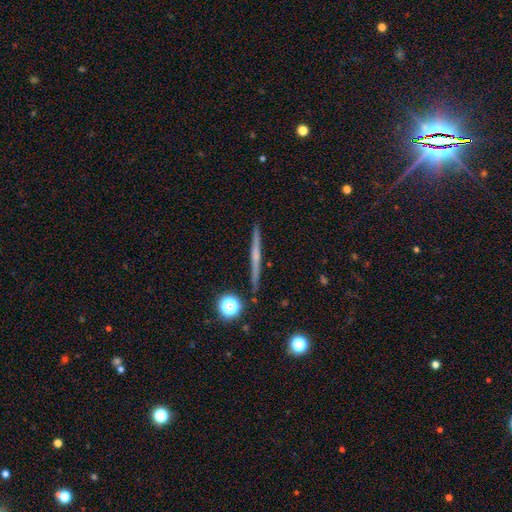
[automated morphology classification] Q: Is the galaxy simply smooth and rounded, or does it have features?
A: featured or disk — 63%.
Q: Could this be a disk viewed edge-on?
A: yes — 98%.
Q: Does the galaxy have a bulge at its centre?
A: none — 55%.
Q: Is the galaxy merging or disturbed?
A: none — 92%.